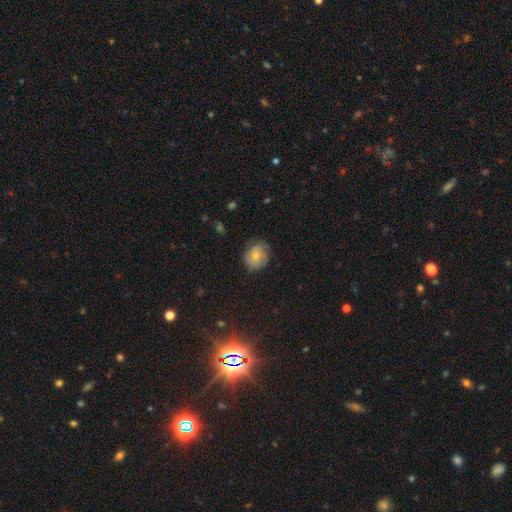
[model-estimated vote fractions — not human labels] smooth 58%, featured or disk 33%, star or artifact 8%. Down the decision tree: how rounded — round (66%); merging — none (66%).